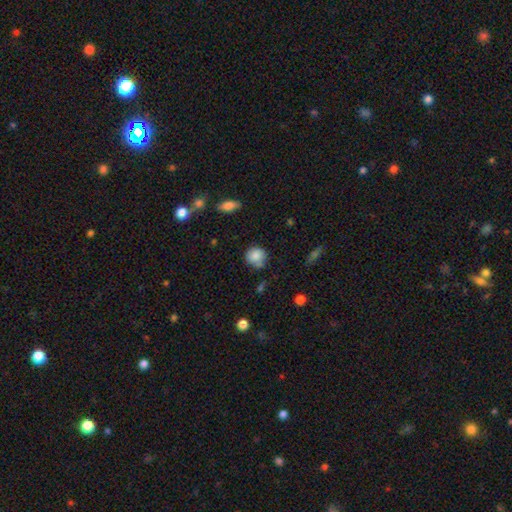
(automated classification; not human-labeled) smooth_or_featured: smooth (p=0.82) [alt: featured or disk p=0.09]
how_rounded: round (p=0.84) [alt: in between p=0.15]
merging: none (p=0.66) [alt: minor disturbance p=0.25]